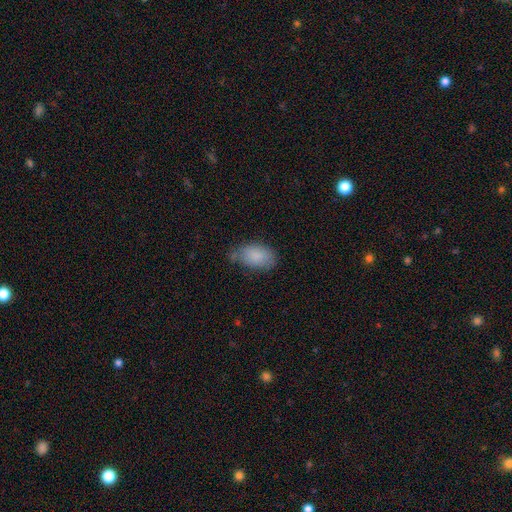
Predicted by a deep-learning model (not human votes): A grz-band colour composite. It shows a smooth galaxy with no disk features (86%) that is in between round and cigar-shaped (92%). Merging: none (60%).